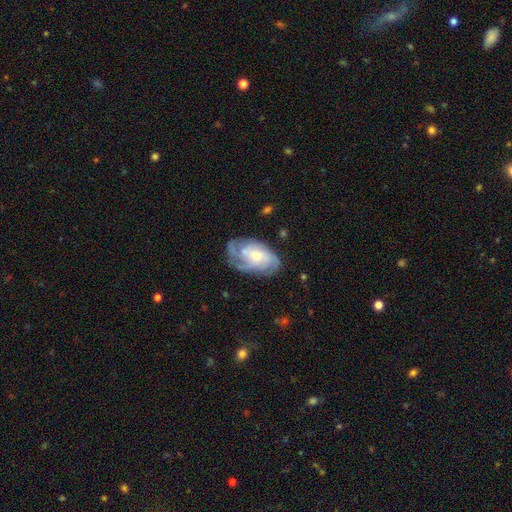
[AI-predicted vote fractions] A featured or disk galaxy (71%) with no bar (69%), tight (46%) spiral arms (89%) and a moderate central bulge (51%). Merging: none (60%).